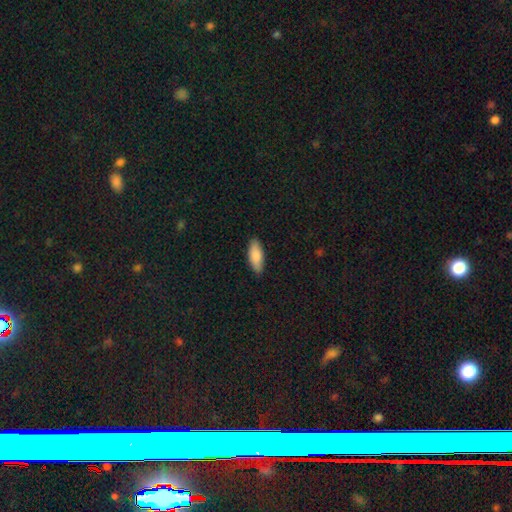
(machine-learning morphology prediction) Smooth or featured? Predicted: smooth (p=0.85). How rounded? Predicted: in between (p=0.73). Merging? Predicted: none (p=0.86).